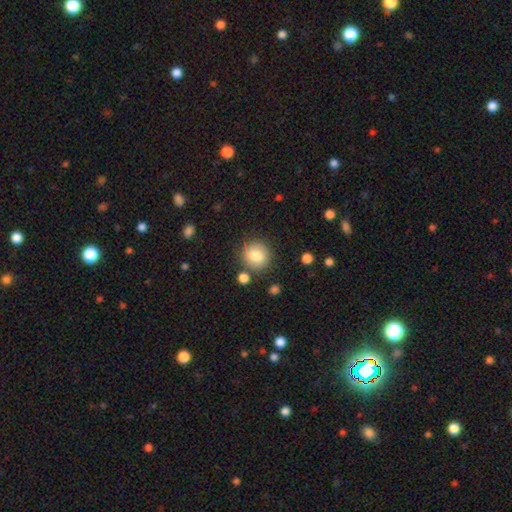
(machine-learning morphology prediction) Q: Smooth or featured?
A: smooth (80%); runner-up: featured or disk (11%)
Q: How rounded?
A: round (90%); runner-up: in between (9%)
Q: Merging?
A: none (79%); runner-up: minor disturbance (12%)